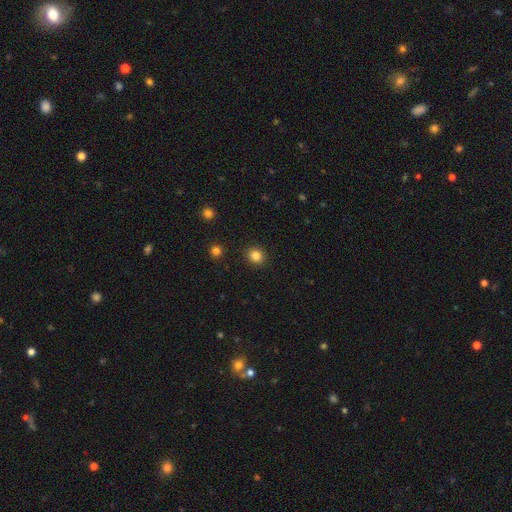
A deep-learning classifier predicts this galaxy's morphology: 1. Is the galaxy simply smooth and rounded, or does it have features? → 83% smooth, 12% star or artifact, 5% featured or disk.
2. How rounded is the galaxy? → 88% round, 12% in between, 1% cigar-shaped.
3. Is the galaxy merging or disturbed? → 92% none, 5% minor disturbance, 2% major disturbance, 1% merger.